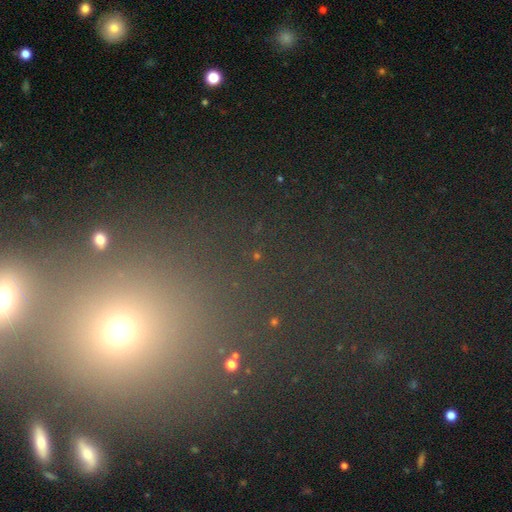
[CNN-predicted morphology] A star or artifact, not a galaxy (67%).